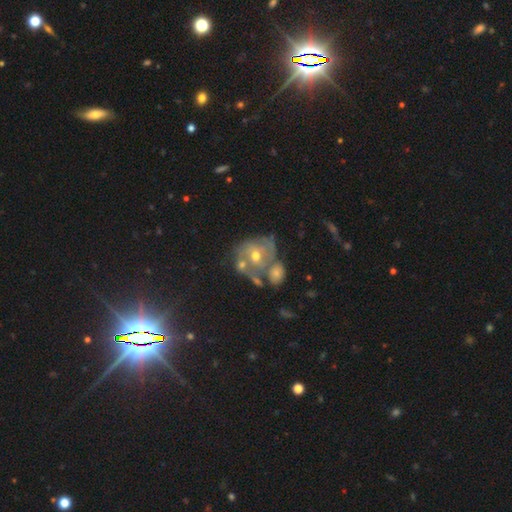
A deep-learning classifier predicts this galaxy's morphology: Smooth or featured?
  - featured or disk: 58% *
  - smooth: 21%
  - star or artifact: 21%
Edge-on disk?
  - no: 95% *
  - yes: 5%
Bar?
  - no: 75% *
  - weak: 19%
  - strong: 6%
Spiral arms?
  - yes: 63% *
  - no: 37%
Bulge size?
  - moderate: 60% *
  - small: 33%
  - large: 3%
  - none: 2%
  - dominant: 1%
Merging?
  - merger: 38% * (tied)
  - none: 38% * (tied)
  - minor disturbance: 14%
  - major disturbance: 10%